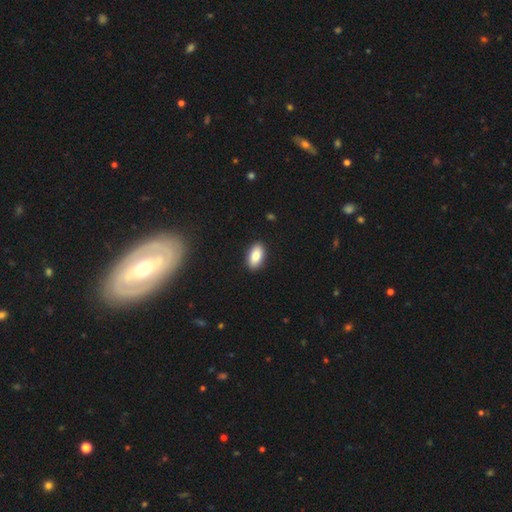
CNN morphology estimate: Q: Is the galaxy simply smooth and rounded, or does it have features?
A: smooth — 85%.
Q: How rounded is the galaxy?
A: in between — 93%.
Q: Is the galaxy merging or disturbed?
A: none — 90%.